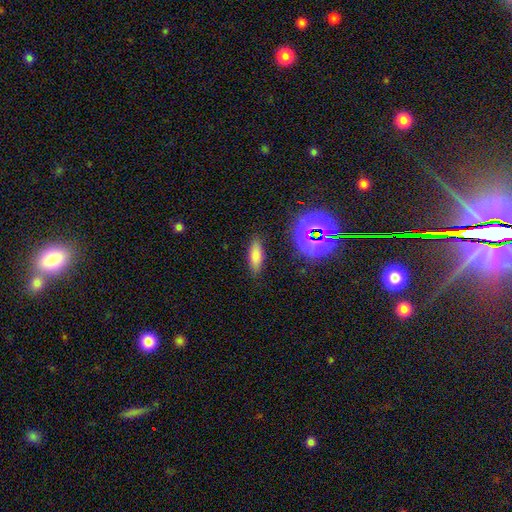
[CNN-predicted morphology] type=smooth (75%); roundness=in between (56%); merging=none (85%).